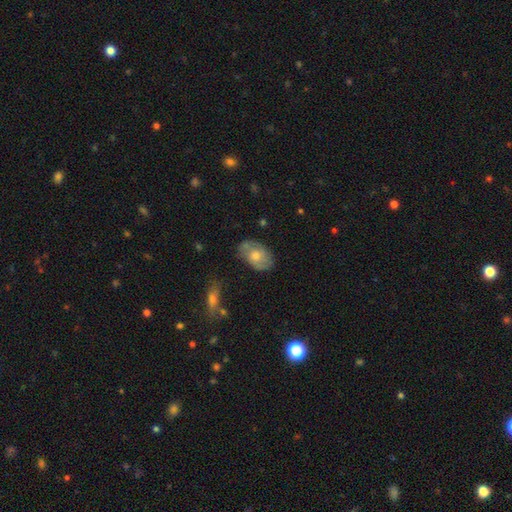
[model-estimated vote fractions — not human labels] Smooth or featured: smooth — 51% (featured or disk — 41%)
How rounded: in between — 85% (round — 14%)
Merging: none — 72% (minor disturbance — 21%)